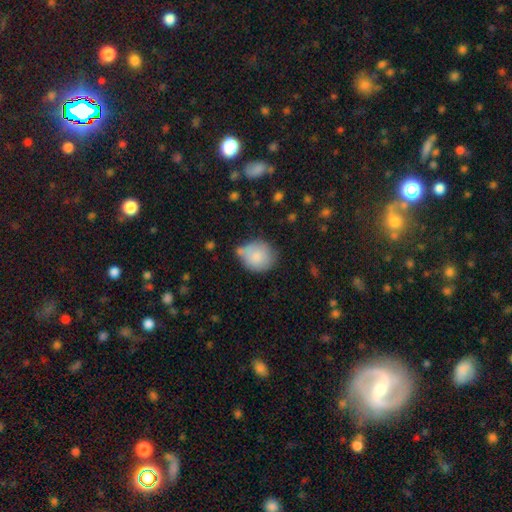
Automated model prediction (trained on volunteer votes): Overall: smooth (84%). How rounded: round (81%). Merging: none (54%; minor disturbance 26%).